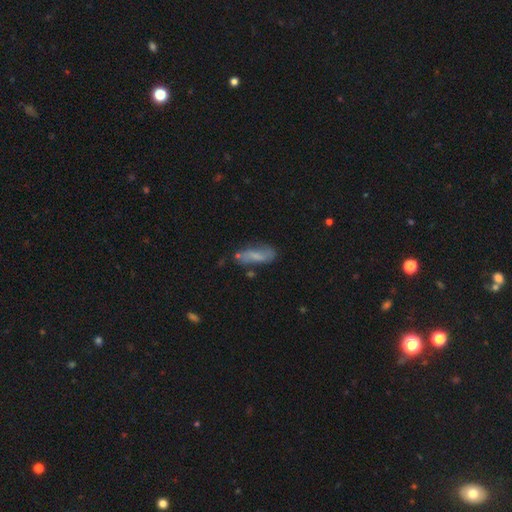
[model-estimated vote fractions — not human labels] Smooth or featured? smooth (55%)
How rounded? in between (65%)
Merging? none (55%)